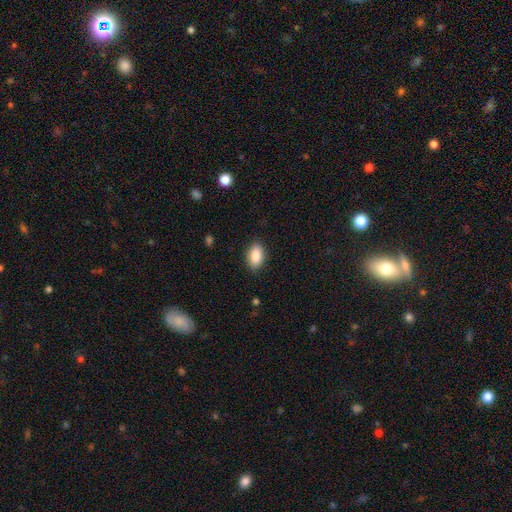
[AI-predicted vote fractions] smooth_or_featured: smooth (p=0.86) [alt: star or artifact p=0.07]
how_rounded: in between (p=0.91) [alt: round p=0.07]
merging: none (p=0.87) [alt: minor disturbance p=0.10]